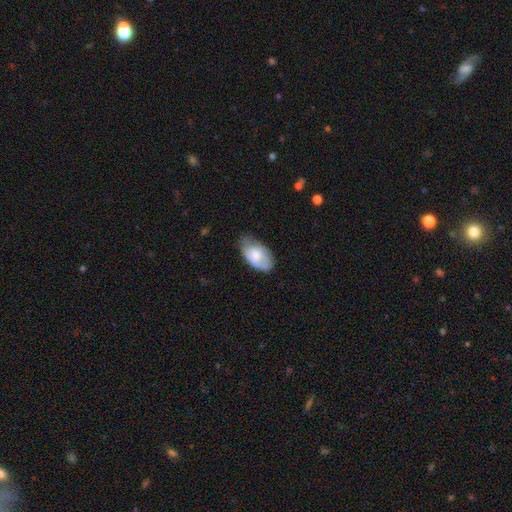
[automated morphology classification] A smooth galaxy with no disk features (63%) that is in between round and cigar-shaped (94%).

Vote fractions:
- Smooth or featured? smooth: 63% / featured or disk: 31% / star or artifact: 6%
- How rounded? in between: 94% / round: 4% / cigar-shaped: 2%
- Merging? none: 54% / minor disturbance: 35% / major disturbance: 9% / merger: 2%